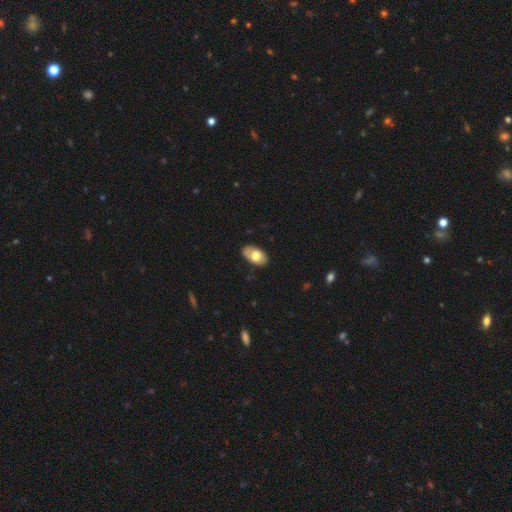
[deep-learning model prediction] smooth 67%, featured or disk 27%, star or artifact 6%. Down the decision tree: how rounded — in between (93%); merging — none (81%).